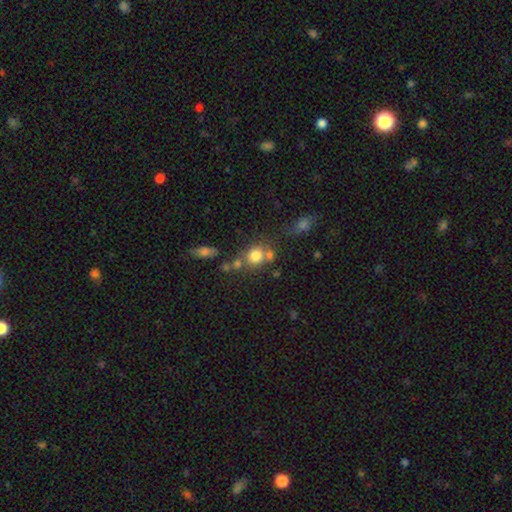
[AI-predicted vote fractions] Smooth or featured? smooth (77%)
How rounded? round (74%)
Merging? none (53%)